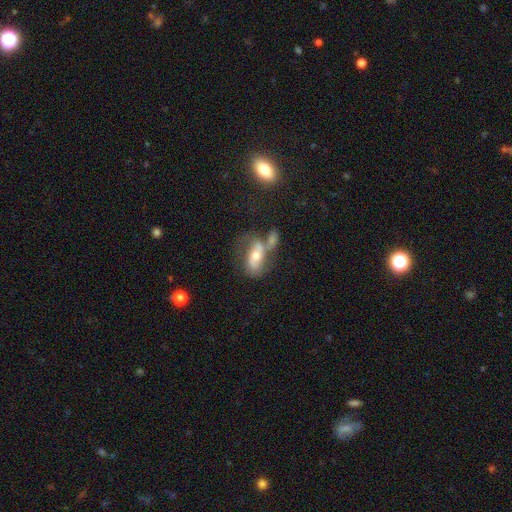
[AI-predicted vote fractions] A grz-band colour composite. It shows a featured or disk galaxy (51%). Merging: merger (44%).